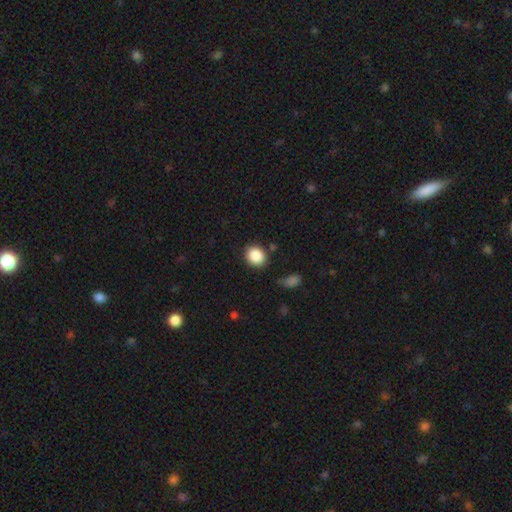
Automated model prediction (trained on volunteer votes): The model was most divided on "how rounded": round: 75%, in between: 24%, cigar-shaped: 1%. More confident: smooth or featured — smooth (88%); merging — none (83%).